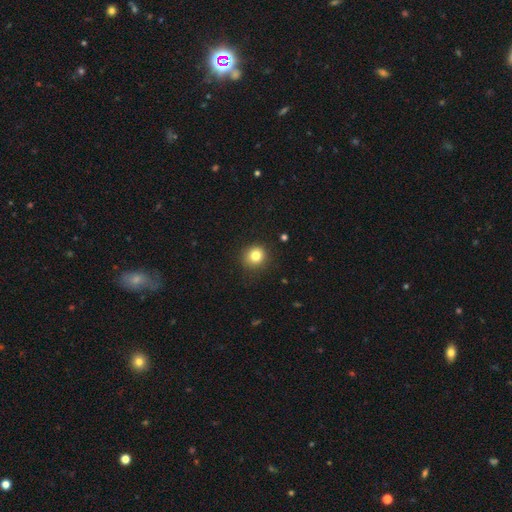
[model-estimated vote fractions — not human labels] Smooth or featured?
  - smooth: 82% *
  - star or artifact: 11%
  - featured or disk: 7%
How rounded?
  - round: 89% *
  - in between: 10%
  - cigar-shaped: 1%
Merging?
  - none: 88% *
  - minor disturbance: 8%
  - major disturbance: 2%
  - merger: 1%